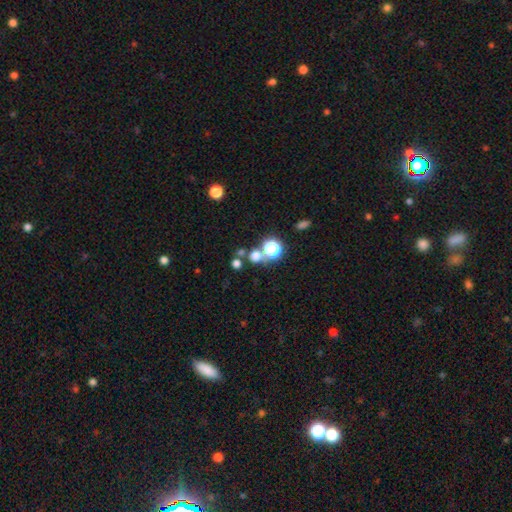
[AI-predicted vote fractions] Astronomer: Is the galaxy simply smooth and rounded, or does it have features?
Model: smooth — 62%.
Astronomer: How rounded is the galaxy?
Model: round — 88%.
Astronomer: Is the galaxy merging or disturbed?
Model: none — 64%.